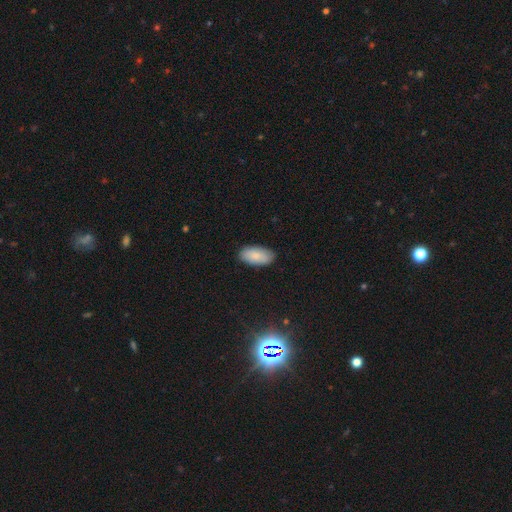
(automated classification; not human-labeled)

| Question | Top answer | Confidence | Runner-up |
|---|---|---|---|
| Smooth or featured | smooth | 84% | featured or disk (10%) |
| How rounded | in between | 94% | cigar-shaped (3%) |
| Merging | none | 87% | minor disturbance (10%) |